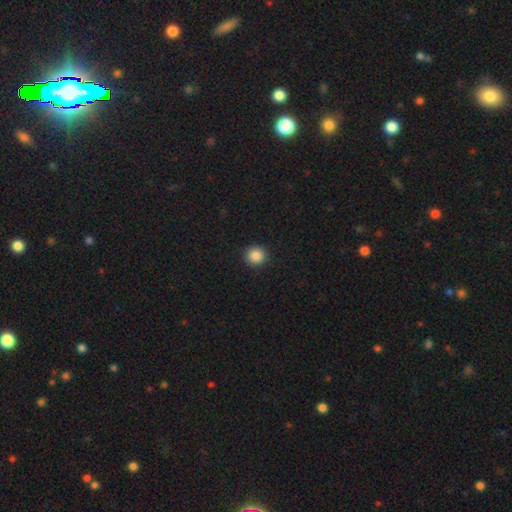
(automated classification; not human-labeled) smooth_or_featured: smooth (p=0.86) [alt: star or artifact p=0.10]
how_rounded: round (p=0.93) [alt: in between p=0.06]
merging: none (p=0.92) [alt: minor disturbance p=0.05]